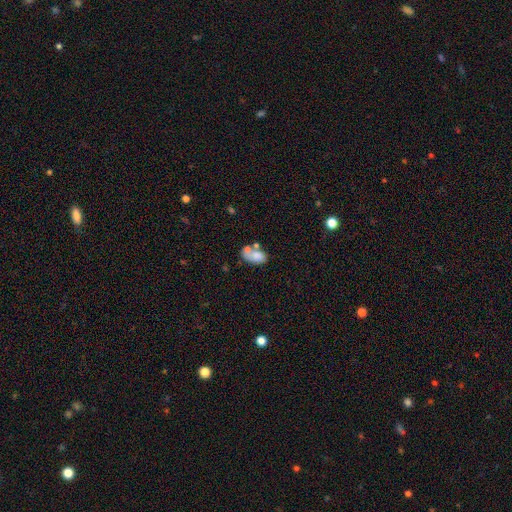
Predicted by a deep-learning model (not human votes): The model was most divided on "merging": merger: 37%, none: 34%, minor disturbance: 18%, major disturbance: 11%. More confident: how rounded — in between (89%); smooth or featured — smooth (70%).